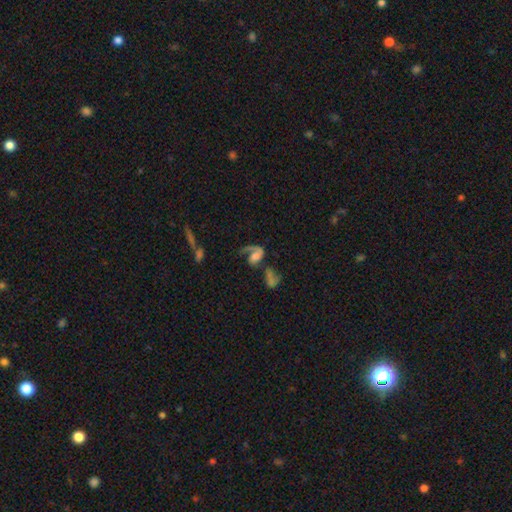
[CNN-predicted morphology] Smooth or featured? featured or disk (68%)
Edge-on disk? no (97%)
Bar? no (61%)
Spiral arms? yes (85%)
Spiral winding? loose (56%)
Spiral arm count? 1 (65%)
Bulge size? moderate (33%)
Merging? major disturbance (35%)